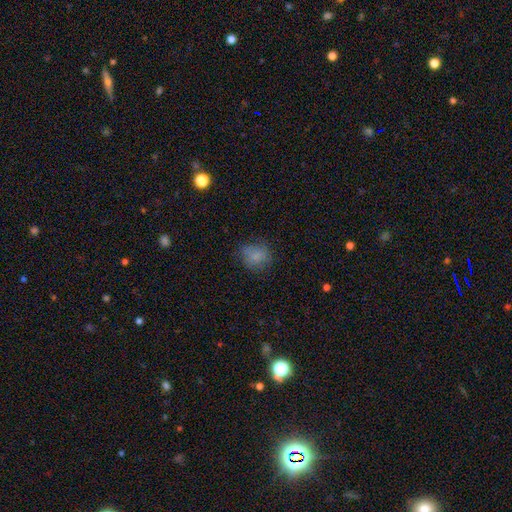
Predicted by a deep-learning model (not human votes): A smooth galaxy with no disk features (77%) that is round (69%). Merging: none (67%).